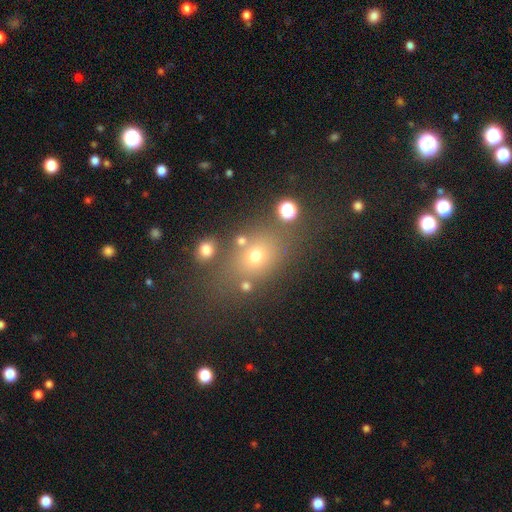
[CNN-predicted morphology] This is likely a smooth galaxy (66%). How rounded: possibly in between (53%). Merging: likely none (67%).